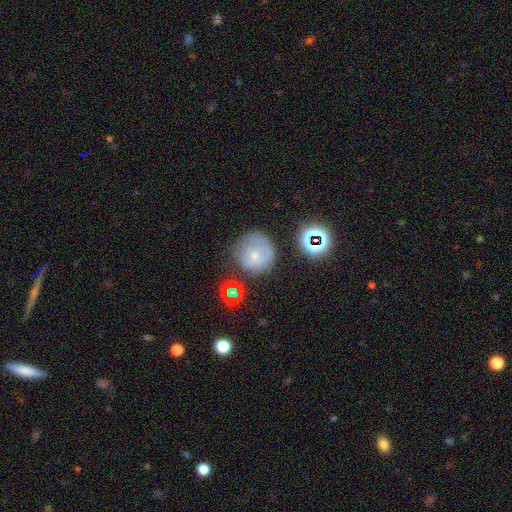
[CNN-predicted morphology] The model was most divided on "smooth or featured": smooth: 56%, featured or disk: 28%, star or artifact: 16%. More confident: how rounded — round (91%); merging — none (62%).